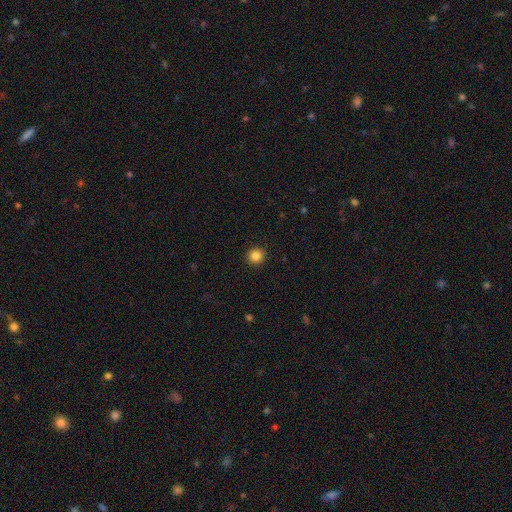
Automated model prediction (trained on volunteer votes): Smooth or featured? smooth (85%)
How rounded? round (94%)
Merging? none (93%)